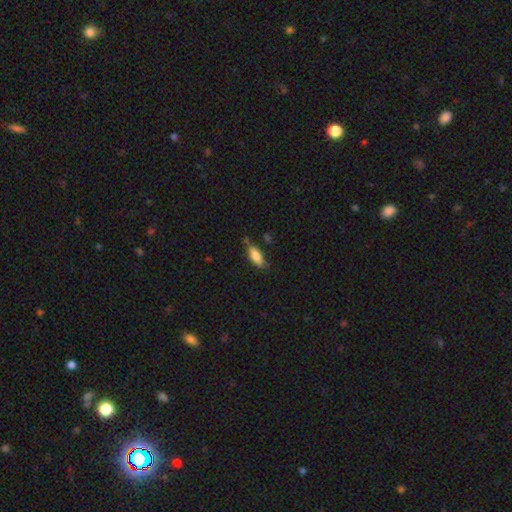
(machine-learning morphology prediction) type=smooth (82%); roundness=in between (72%); merging=none (67%).